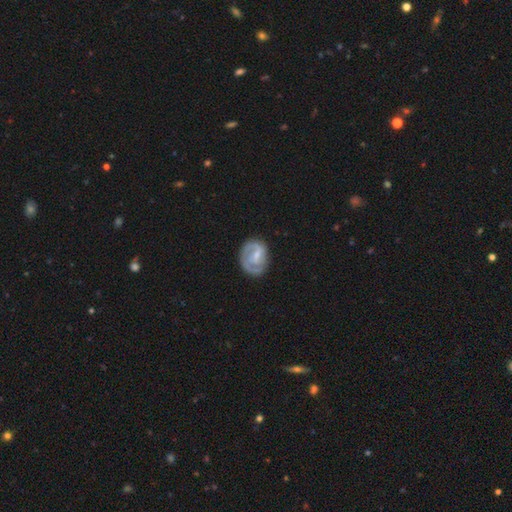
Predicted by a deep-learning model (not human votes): A featured or disk galaxy (74%) with a weak bar (51%), 2 (58%) tight (50%) spiral arms (87%) and a small central bulge (49%).

Vote fractions:
- Smooth or featured? featured or disk: 74% / smooth: 21% / star or artifact: 5%
- Edge-on disk? no: 98% / yes: 2%
- Bar? weak: 51% / no: 30% / strong: 19%
- Spiral arms? yes: 87% / no: 13%
- Spiral winding? tight: 50% / medium: 36% / loose: 14%
- Spiral arm count? 2: 58% / 1: 21% / can't tell: 14% / 3: 4% / 4: 1% / more than 4: 1%
- Bulge size? small: 49% / moderate: 33% / none: 14% / large: 3% / dominant: 1%
- Merging? none: 69% / minor disturbance: 20% / major disturbance: 9% / merger: 2%